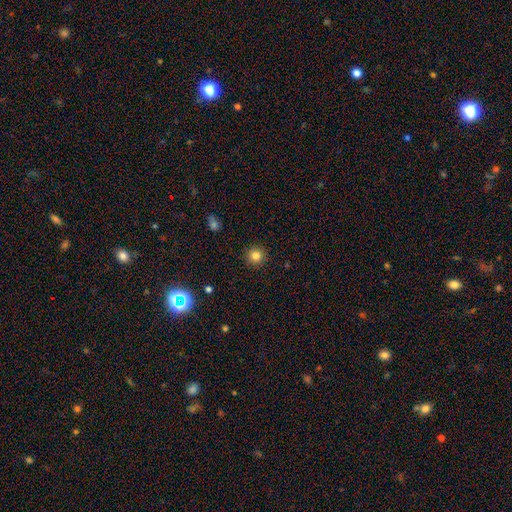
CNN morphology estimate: smooth_or_featured: smooth (p=0.82) [alt: star or artifact p=0.13]
how_rounded: round (p=0.94) [alt: in between p=0.05]
merging: none (p=0.92) [alt: minor disturbance p=0.05]